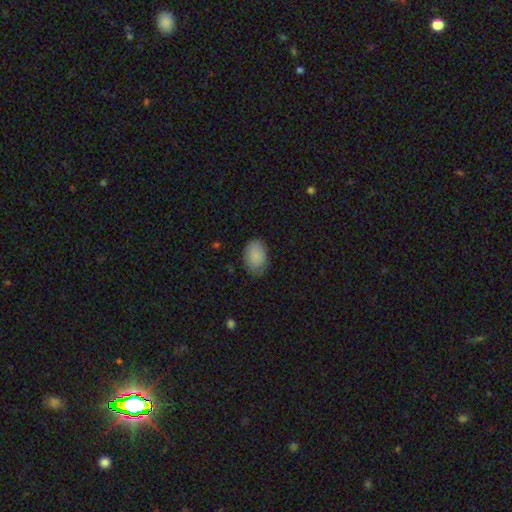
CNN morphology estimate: A smooth galaxy with no disk features (87%) that is in between round and cigar-shaped (80%). Merging: none (75%).